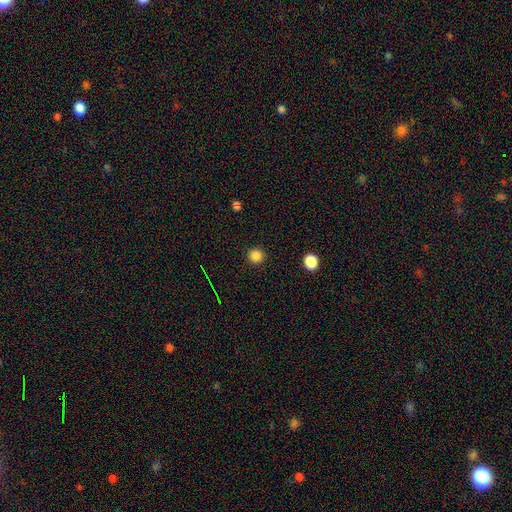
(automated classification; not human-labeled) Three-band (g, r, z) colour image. It shows a smooth galaxy with no disk features (84%) that is round (94%). Merging: none (91%).